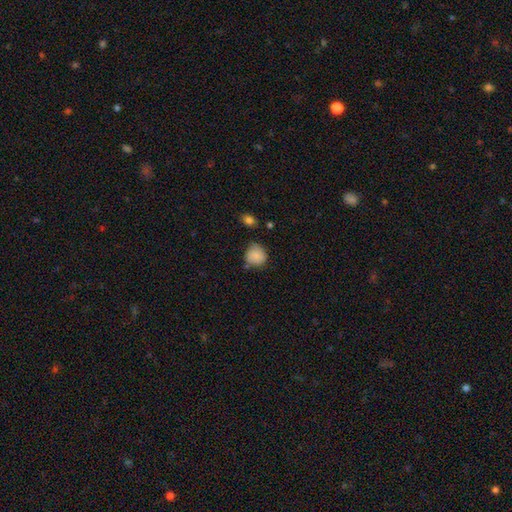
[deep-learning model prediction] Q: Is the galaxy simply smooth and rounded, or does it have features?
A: smooth — 85%.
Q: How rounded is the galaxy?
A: round — 84%.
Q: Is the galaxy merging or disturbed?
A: none — 65%.